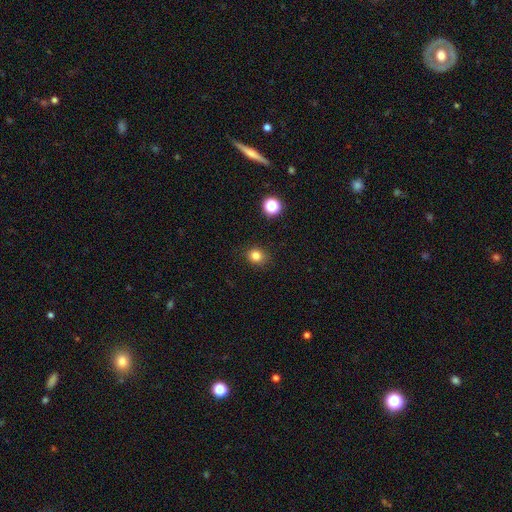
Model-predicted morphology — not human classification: Smooth or featured? smooth (82%)
How rounded? round (72%)
Merging? none (87%)